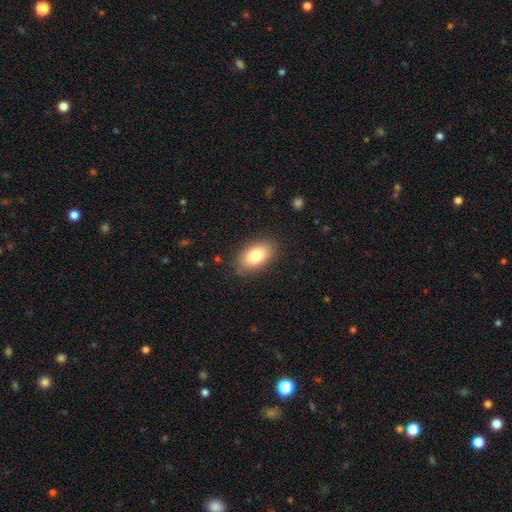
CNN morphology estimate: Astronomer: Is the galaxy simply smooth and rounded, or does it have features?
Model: smooth — 81%.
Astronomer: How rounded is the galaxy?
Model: in between — 92%.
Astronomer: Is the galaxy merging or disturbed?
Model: none — 85%.